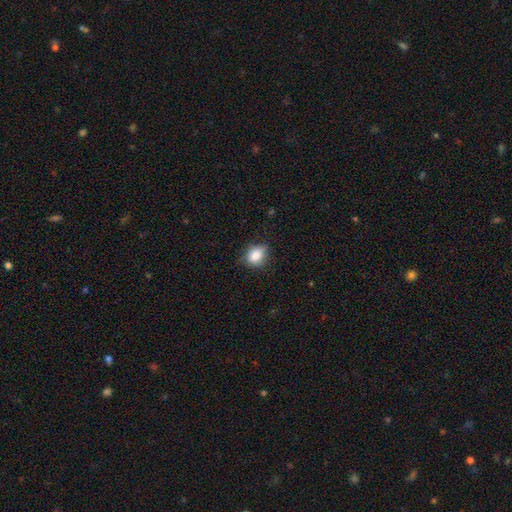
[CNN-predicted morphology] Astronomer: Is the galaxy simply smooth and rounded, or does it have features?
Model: smooth — 82%.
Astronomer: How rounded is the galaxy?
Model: in between — 51% (runner-up: round, 47%).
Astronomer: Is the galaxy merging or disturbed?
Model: none — 71%.